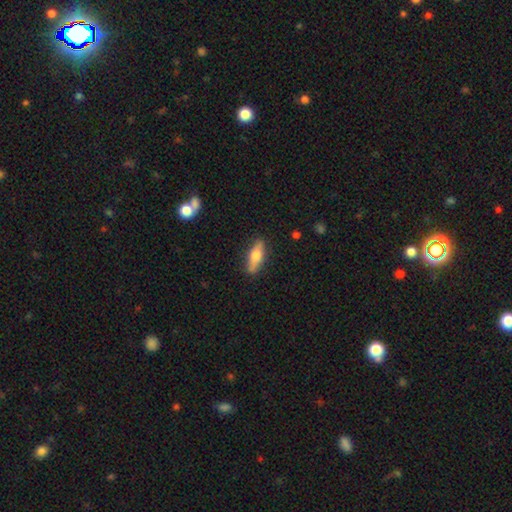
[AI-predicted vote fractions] smooth_or_featured: smooth (p=0.58) [alt: featured or disk p=0.36]
how_rounded: cigar-shaped (p=0.49) [alt: in between p=0.48]
merging: none (p=0.85) [alt: minor disturbance p=0.11]